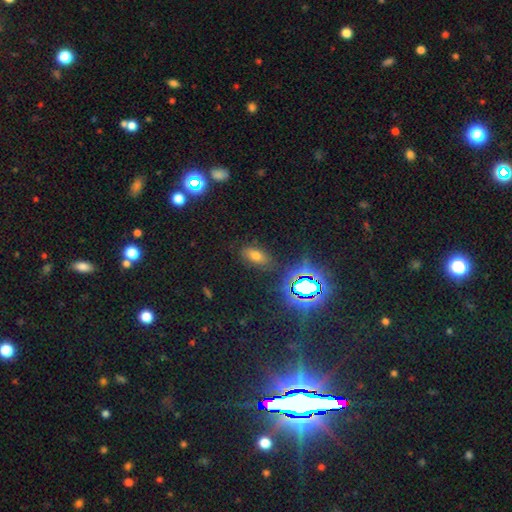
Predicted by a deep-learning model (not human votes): Q: Smooth or featured?
A: smooth (58%); runner-up: star or artifact (30%)
Q: How rounded?
A: in between (84%); runner-up: cigar-shaped (9%)
Q: Merging?
A: none (82%); runner-up: minor disturbance (12%)